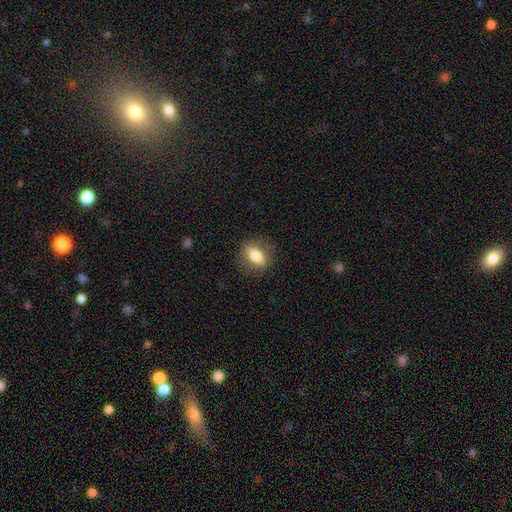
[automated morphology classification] smooth 72%, featured or disk 20%, star or artifact 8%. Down the decision tree: how rounded — in between (72%); merging — none (83%).